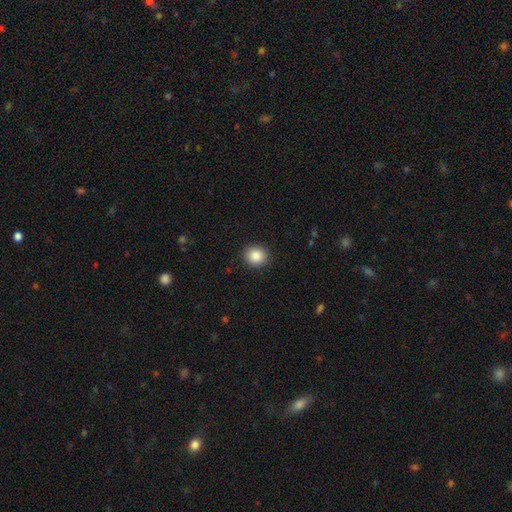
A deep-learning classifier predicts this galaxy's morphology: The model was most divided on "how rounded": round: 84%, in between: 15%, cigar-shaped: 1%. More confident: merging — none (91%); smooth or featured — smooth (87%).